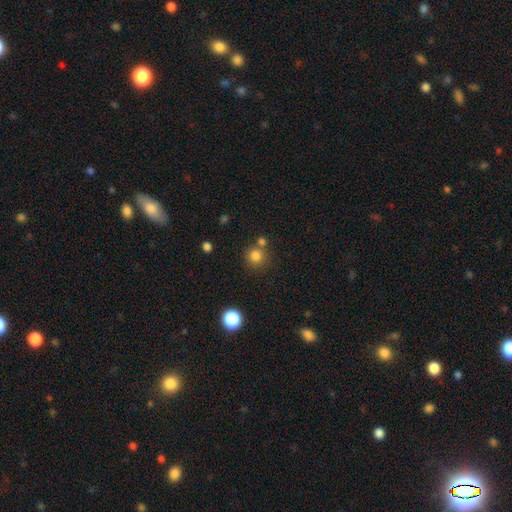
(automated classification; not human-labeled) This is clearly a smooth galaxy (80%). How rounded: clearly round (91%). Merging: likely none (70%).